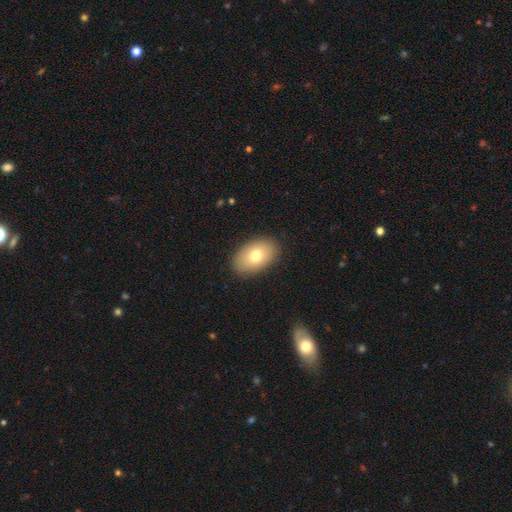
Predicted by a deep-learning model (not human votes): smooth-or-featured: smooth: 75% | featured or disk: 17% | star or artifact: 8%
  how-rounded: in between: 89% | round: 9% | cigar-shaped: 1%
  merging: none: 88% | minor disturbance: 9% | major disturbance: 2% | merger: 1%